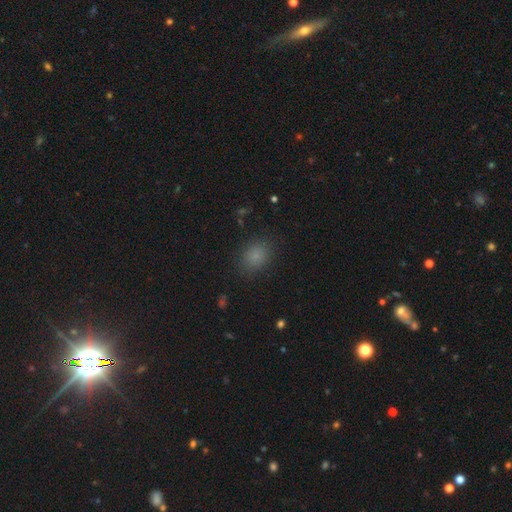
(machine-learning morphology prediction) smooth 81%, star or artifact 13%, featured or disk 6%. Down the decision tree: how rounded — in between (57%); merging — none (84%).